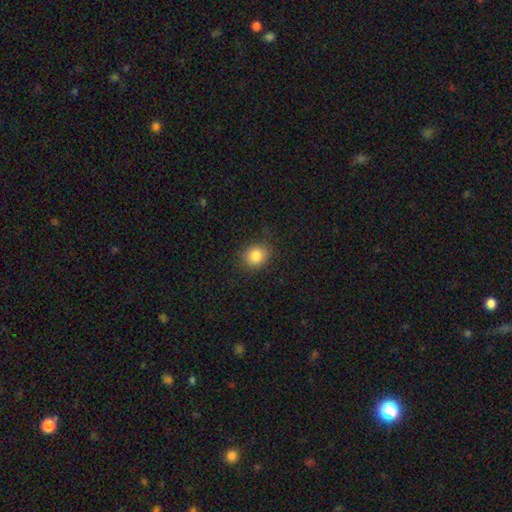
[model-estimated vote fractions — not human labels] smooth_or_featured: smooth (p=0.84) [alt: star or artifact p=0.10]
how_rounded: round (p=0.73) [alt: in between p=0.26]
merging: none (p=0.86) [alt: minor disturbance p=0.10]